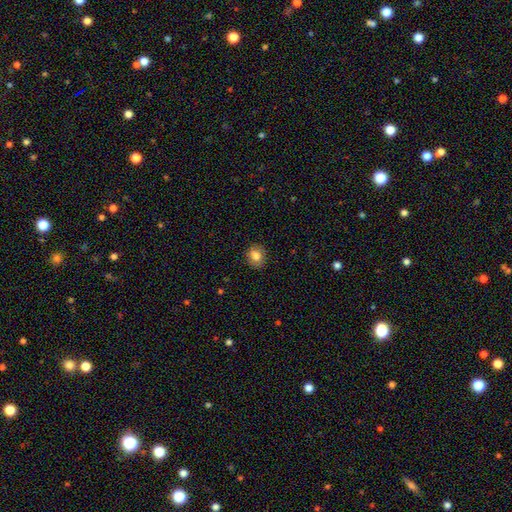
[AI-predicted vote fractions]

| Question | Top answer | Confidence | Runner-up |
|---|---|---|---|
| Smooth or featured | smooth | 81% | featured or disk (10%) |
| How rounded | round | 62% | in between (37%) |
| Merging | none | 86% | minor disturbance (10%) |